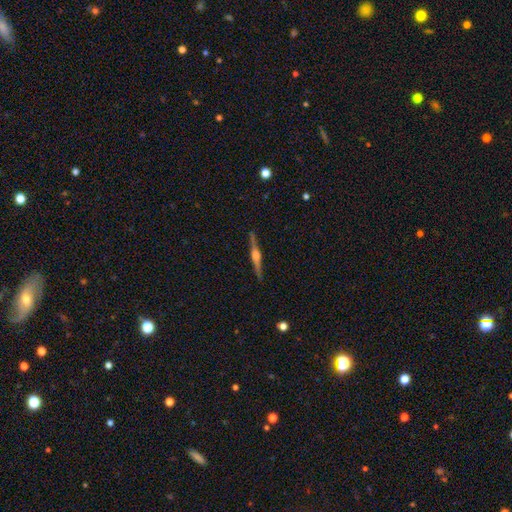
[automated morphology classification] featured or disk 79%, smooth 15%, star or artifact 6%. Down the decision tree: edge-on disk — yes (98%); edge-on bulge — rounded (77%); merging — none (90%).